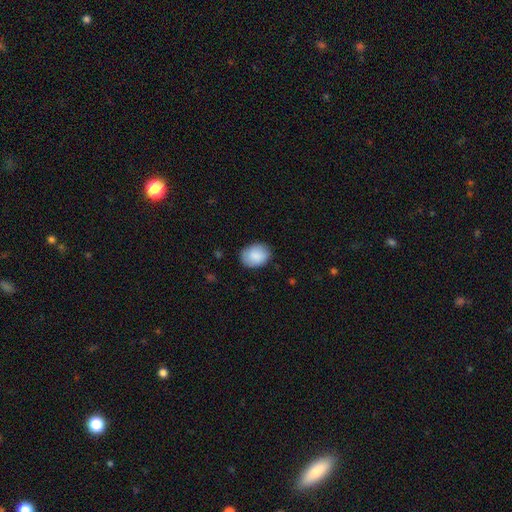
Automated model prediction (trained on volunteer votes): Overall: smooth (88%). How rounded: in between (61%; round 38%). Merging: none (82%).